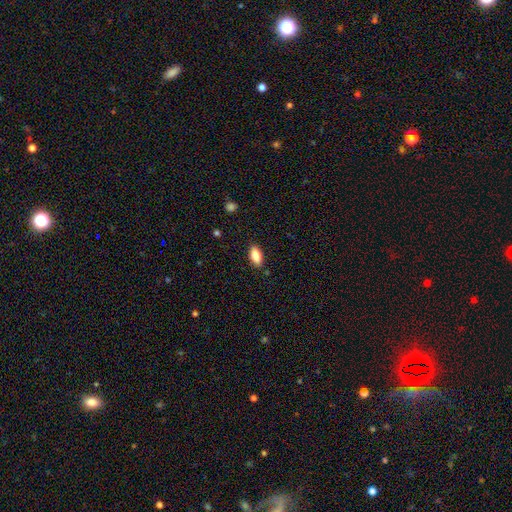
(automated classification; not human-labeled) Smooth or featured? smooth (82%)
How rounded? in between (87%)
Merging? none (87%)